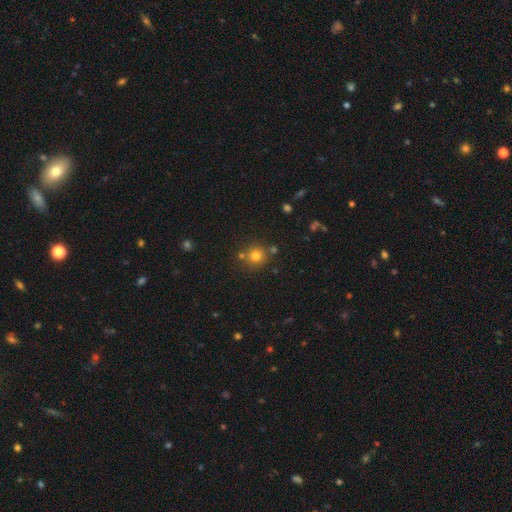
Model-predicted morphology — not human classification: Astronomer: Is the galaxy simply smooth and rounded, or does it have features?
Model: smooth — 75%.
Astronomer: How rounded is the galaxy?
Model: round — 92%.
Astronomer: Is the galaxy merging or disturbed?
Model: none — 75%.